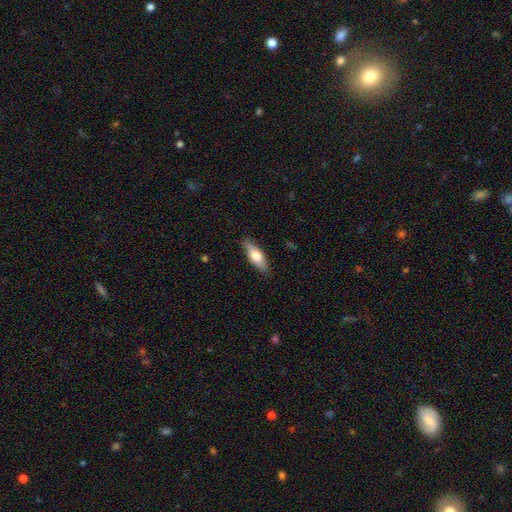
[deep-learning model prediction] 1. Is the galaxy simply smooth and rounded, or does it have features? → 69% smooth, 25% featured or disk, 6% star or artifact.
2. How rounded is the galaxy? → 62% in between, 36% cigar-shaped, 2% round.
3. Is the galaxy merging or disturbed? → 87% none, 10% minor disturbance, 2% major disturbance, 1% merger.